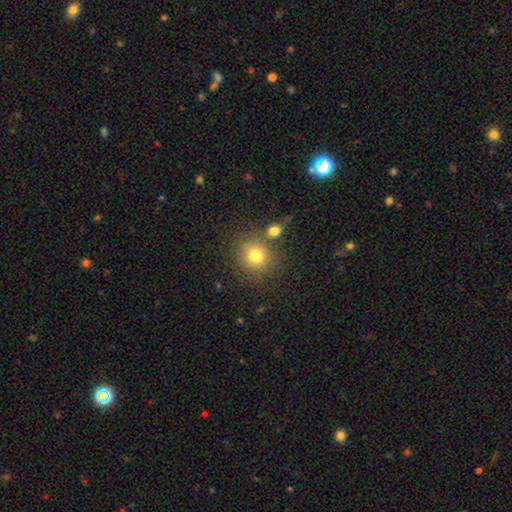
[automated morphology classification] smooth-or-featured: smooth: 78% | star or artifact: 12% | featured or disk: 10%
  how-rounded: round: 85% | in between: 14% | cigar-shaped: 1%
  merging: none: 71% | merger: 15% | minor disturbance: 10% | major disturbance: 4%